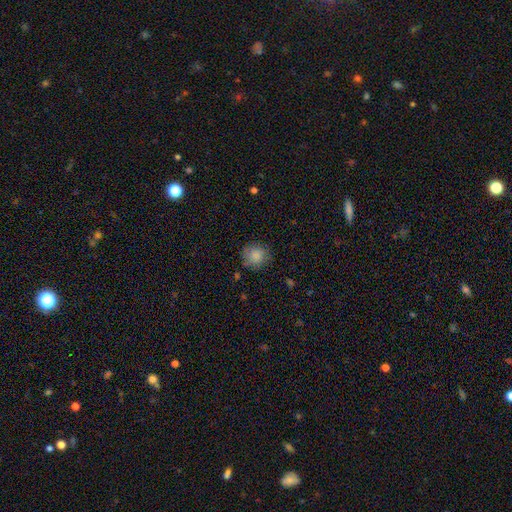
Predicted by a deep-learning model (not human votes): A smooth galaxy with no disk features (86%) that is round (89%).

Vote fractions:
- Smooth or featured? smooth: 86% / star or artifact: 8% / featured or disk: 6%
- How rounded? round: 89% / in between: 10% / cigar-shaped: 1%
- Merging? none: 80% / minor disturbance: 14% / major disturbance: 4% / merger: 2%